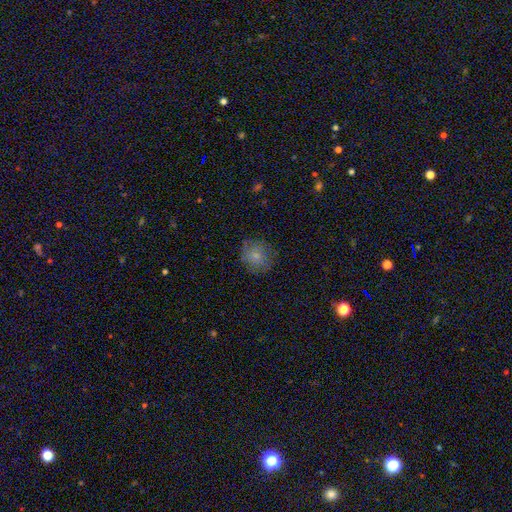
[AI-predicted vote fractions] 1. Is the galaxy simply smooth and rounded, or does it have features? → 79% smooth, 12% featured or disk, 9% star or artifact.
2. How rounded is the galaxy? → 84% round, 15% in between, 1% cigar-shaped.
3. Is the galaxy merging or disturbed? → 79% none, 15% minor disturbance, 5% major disturbance, 1% merger.